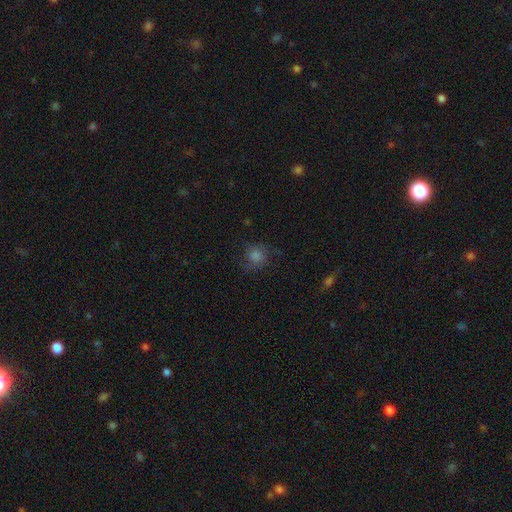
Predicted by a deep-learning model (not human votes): smooth-or-featured: smooth: 52% | featured or disk: 26% | star or artifact: 22%
  how-rounded: round: 84% | in between: 14% | cigar-shaped: 1%
  merging: none: 69% | minor disturbance: 18% | major disturbance: 12% | merger: 1%